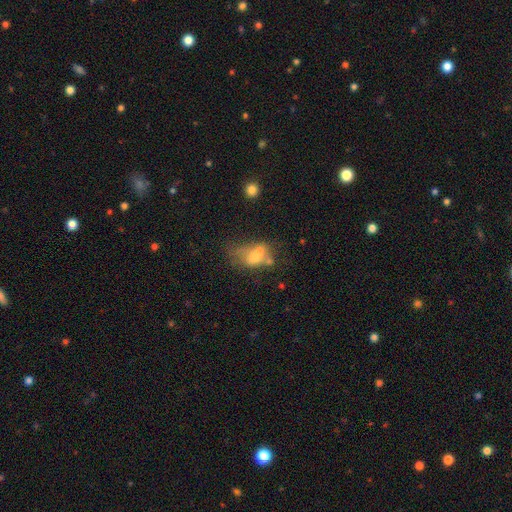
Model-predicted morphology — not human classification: Smooth or featured? smooth (52%)
How rounded? in between (78%)
Merging? merger (31%)